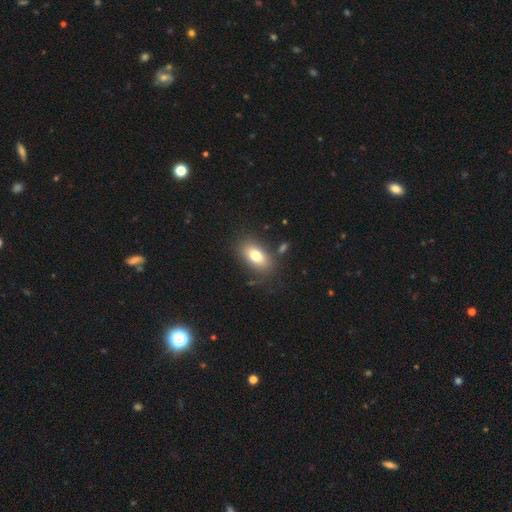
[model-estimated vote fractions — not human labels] Overall: smooth (76%). How rounded: in between (88%). Merging: none (79%).